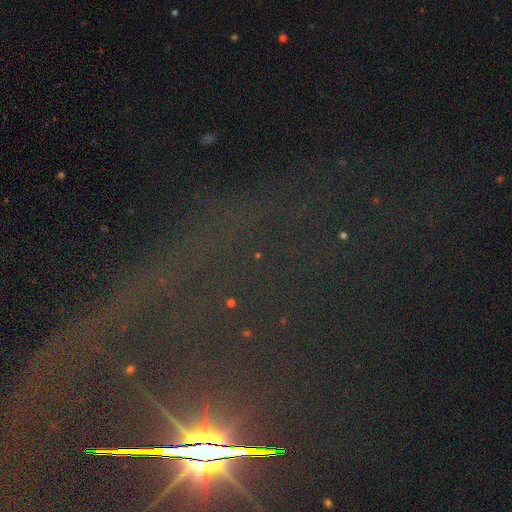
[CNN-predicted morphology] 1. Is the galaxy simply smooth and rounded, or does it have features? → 84% star or artifact, 9% featured or disk, 7% smooth.